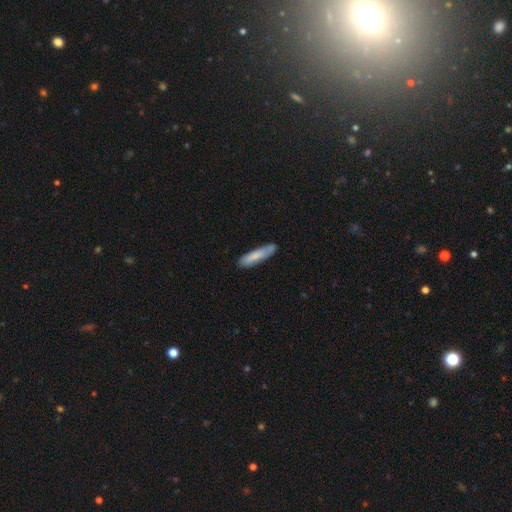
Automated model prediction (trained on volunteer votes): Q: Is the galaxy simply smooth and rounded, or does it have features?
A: smooth — 73%.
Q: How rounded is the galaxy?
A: cigar-shaped — 80%.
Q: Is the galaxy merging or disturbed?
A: none — 78%.